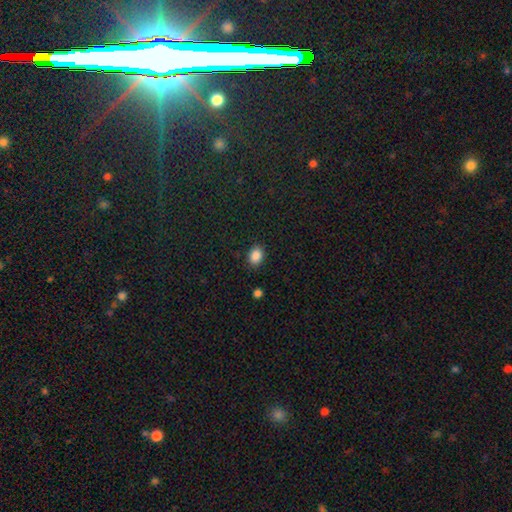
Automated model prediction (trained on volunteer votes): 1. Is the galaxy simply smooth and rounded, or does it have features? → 87% smooth, 10% star or artifact, 3% featured or disk.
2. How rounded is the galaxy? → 64% in between, 35% round, 1% cigar-shaped.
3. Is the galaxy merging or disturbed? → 87% none, 10% minor disturbance, 2% major disturbance, 1% merger.